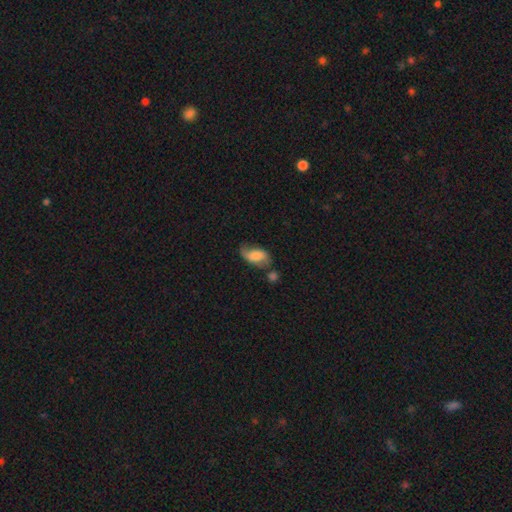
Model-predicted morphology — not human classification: This appears to be a smooth galaxy with no disk features (49%). Merging: none (49%).